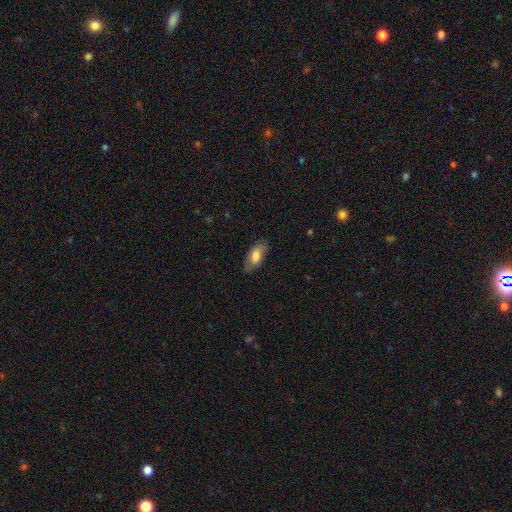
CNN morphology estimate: type=smooth (74%); roundness=in between (86%); merging=none (78%).